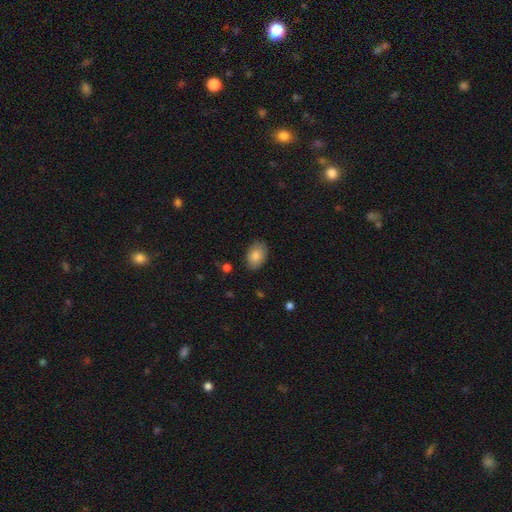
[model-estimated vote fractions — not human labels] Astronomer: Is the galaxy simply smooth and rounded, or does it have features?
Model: smooth — 84%.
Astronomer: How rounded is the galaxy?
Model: in between — 87%.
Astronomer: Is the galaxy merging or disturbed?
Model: none — 86%.